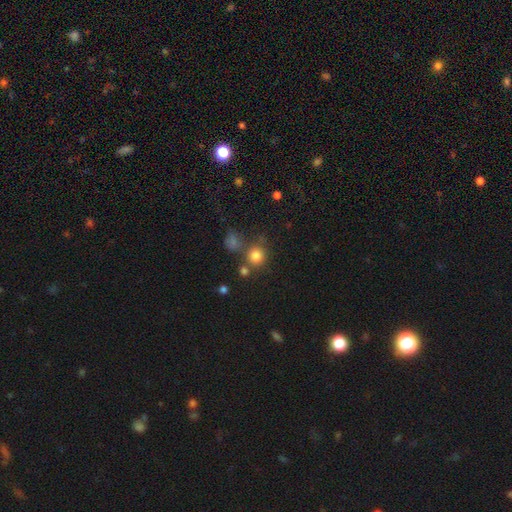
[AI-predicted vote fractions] A smooth galaxy with no disk features (80%) that is round (87%). Merging: none (67%).